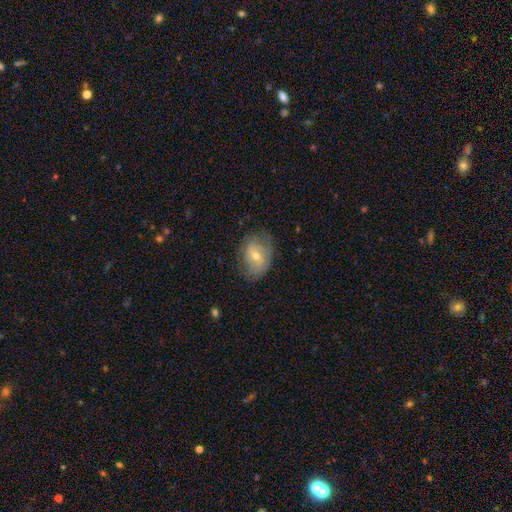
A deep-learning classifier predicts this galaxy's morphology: smooth_or_featured: smooth (p=0.47) [alt: featured or disk p=0.46]
merging: none (p=0.69) [alt: minor disturbance p=0.22]